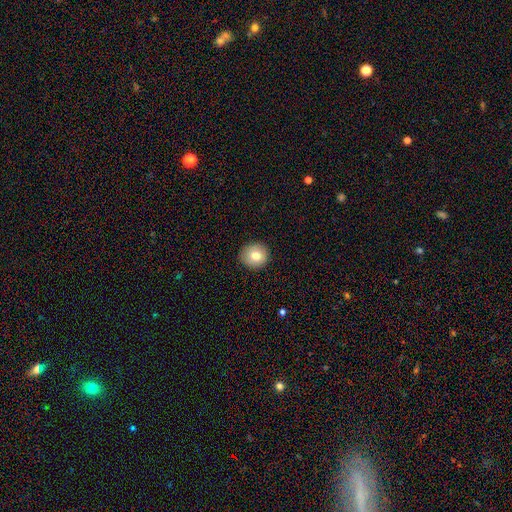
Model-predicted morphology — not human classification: smooth-or-featured: smooth: 79% | featured or disk: 12% | star or artifact: 9%
  how-rounded: round: 89% | in between: 10% | cigar-shaped: 1%
  merging: none: 90% | minor disturbance: 7% | major disturbance: 2% | merger: 1%